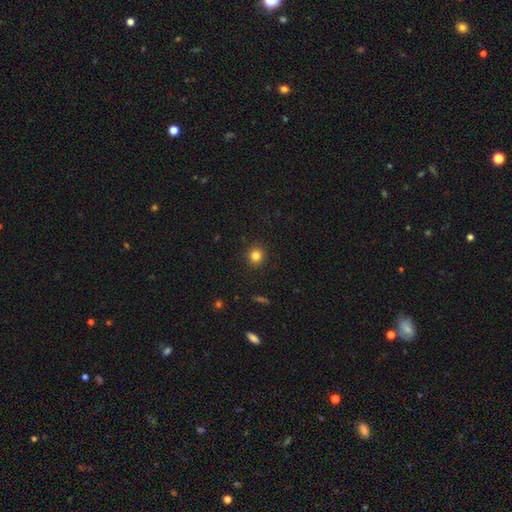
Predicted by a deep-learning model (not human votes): smooth_or_featured: smooth (p=0.83) [alt: star or artifact p=0.12]
how_rounded: round (p=0.92) [alt: in between p=0.07]
merging: none (p=0.91) [alt: minor disturbance p=0.06]